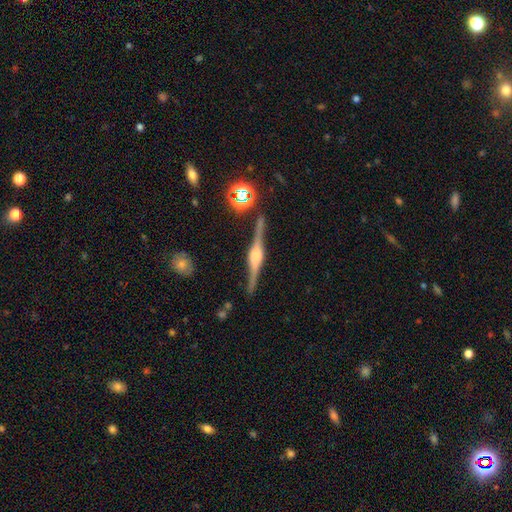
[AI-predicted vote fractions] Smooth or featured? Predicted: featured or disk (p=0.88). Edge-on disk? Predicted: yes (p=0.98). Edge-on bulge? Predicted: rounded (p=0.75). Merging? Predicted: none (p=0.88).